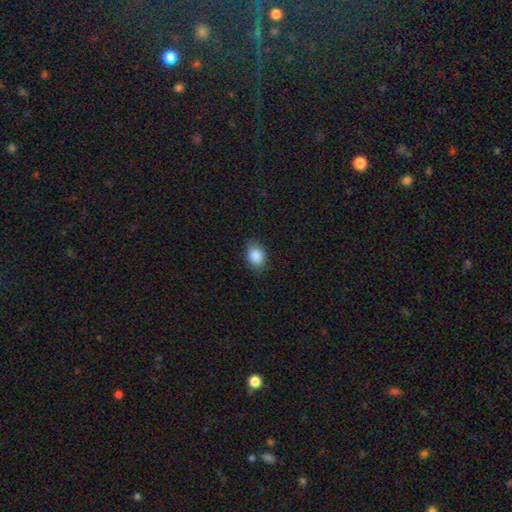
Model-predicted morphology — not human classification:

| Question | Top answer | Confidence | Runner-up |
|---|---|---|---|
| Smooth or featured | smooth | 87% | star or artifact (8%) |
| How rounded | in between | 67% | round (32%) |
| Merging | none | 82% | minor disturbance (14%) |